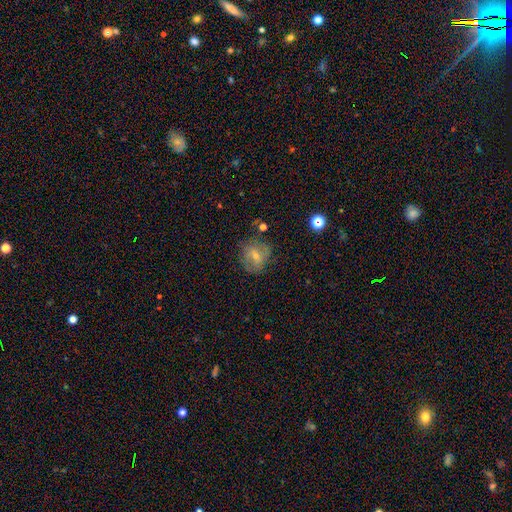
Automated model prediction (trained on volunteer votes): smooth_or_featured: featured or disk (p=0.47) [alt: smooth p=0.36]
merging: none (p=0.73) [alt: minor disturbance p=0.17]